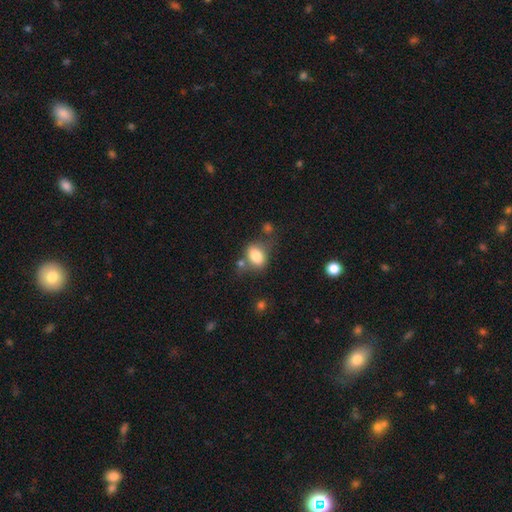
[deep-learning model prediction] A smooth galaxy with no disk features (80%) that is in between round and cigar-shaped (71%).

Vote fractions:
- Smooth or featured? smooth: 80% / featured or disk: 11% / star or artifact: 9%
- How rounded? in between: 71% / round: 28% / cigar-shaped: 1%
- Merging? none: 56% / minor disturbance: 21% / merger: 14% / major disturbance: 9%